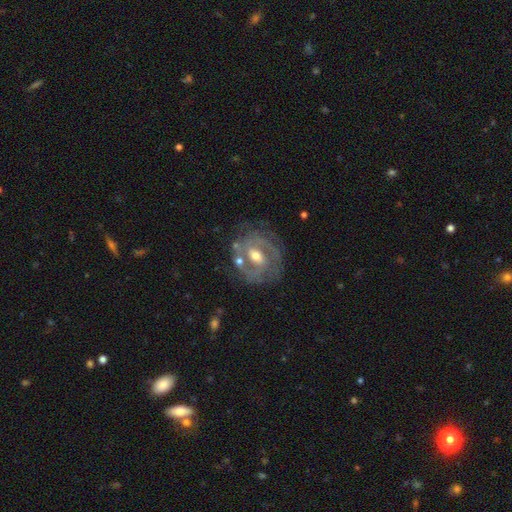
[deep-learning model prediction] Smooth or featured? Predicted: featured or disk (p=0.86). Edge-on disk? Predicted: no (p=0.97). Bar? Predicted: weak (p=0.48). Spiral arms? Predicted: yes (p=0.90). Spiral winding? Predicted: tight (p=0.55). Spiral arm count? Predicted: 2 (p=0.60). Bulge size? Predicted: moderate (p=0.67). Merging? Predicted: none (p=0.69).